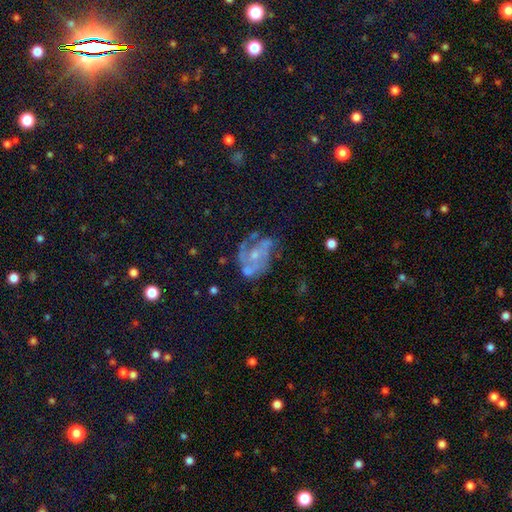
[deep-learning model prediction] featured or disk 75%, smooth 16%, star or artifact 9%. Down the decision tree: edge-on disk — no (97%); bar — no (73%); spiral arms — yes (68%); bulge size — small (51%); merging — none (43%).